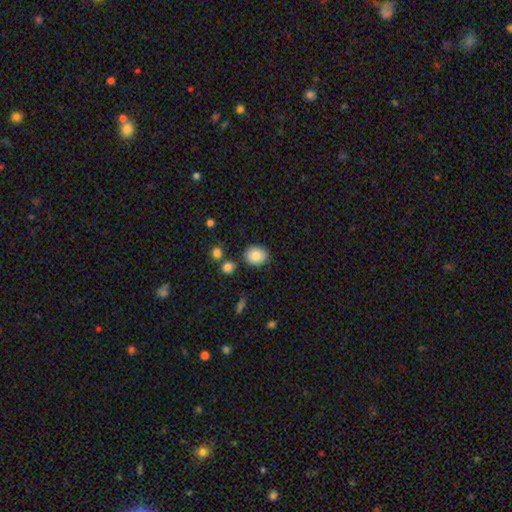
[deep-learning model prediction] The model was most divided on "how rounded": round: 59%, in between: 40%, cigar-shaped: 1%. More confident: smooth or featured — smooth (85%); merging — none (82%).